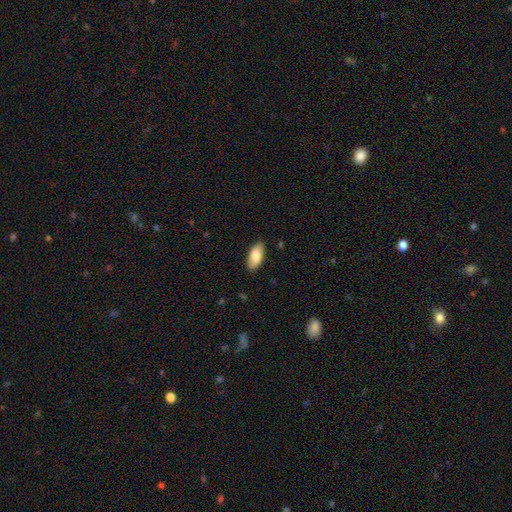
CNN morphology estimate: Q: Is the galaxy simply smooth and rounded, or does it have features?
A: smooth — 80%.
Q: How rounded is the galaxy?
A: in between — 90%.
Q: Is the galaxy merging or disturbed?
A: none — 85%.